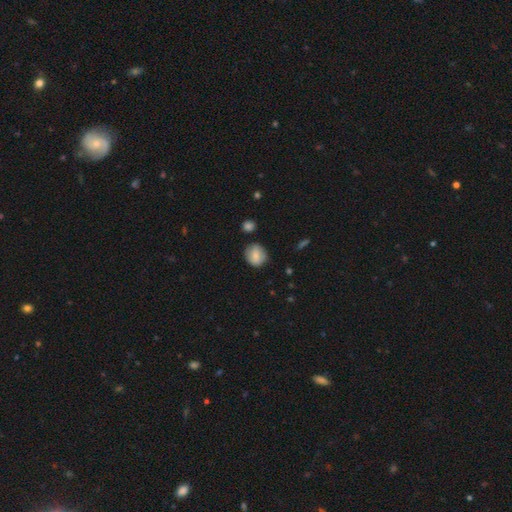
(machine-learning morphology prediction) Smooth or featured? smooth (78%)
How rounded? round (73%)
Merging? none (77%)